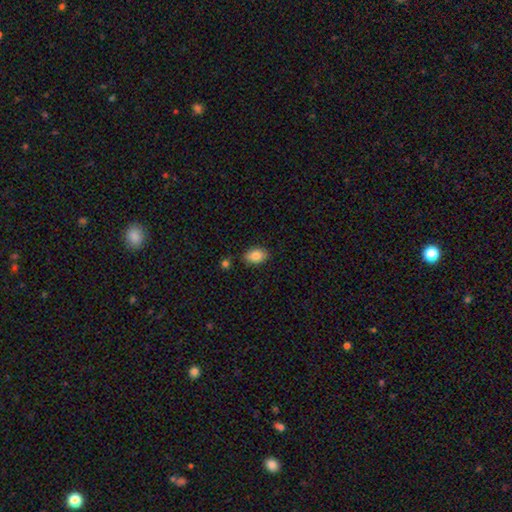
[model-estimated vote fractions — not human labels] Morphology: type=smooth (86%); roundness=in between (88%); merging=none (83%).